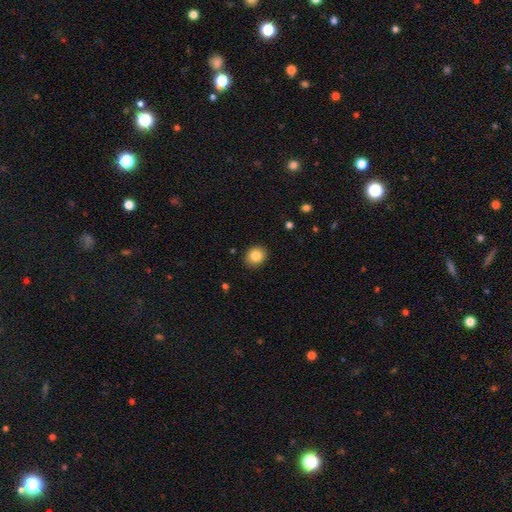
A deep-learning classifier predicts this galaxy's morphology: This is clearly a smooth galaxy (84%). How rounded: likely round (65%). Merging: clearly none (89%).